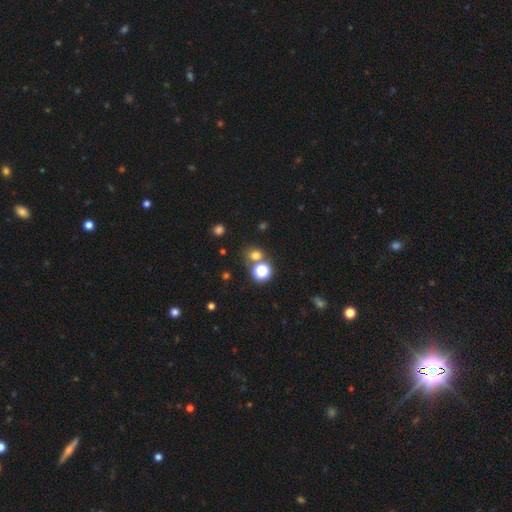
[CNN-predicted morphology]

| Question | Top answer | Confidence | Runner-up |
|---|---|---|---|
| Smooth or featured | smooth | 66% | star or artifact (27%) |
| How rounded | round | 78% | in between (21%) |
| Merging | none | 68% | merger (19%) |